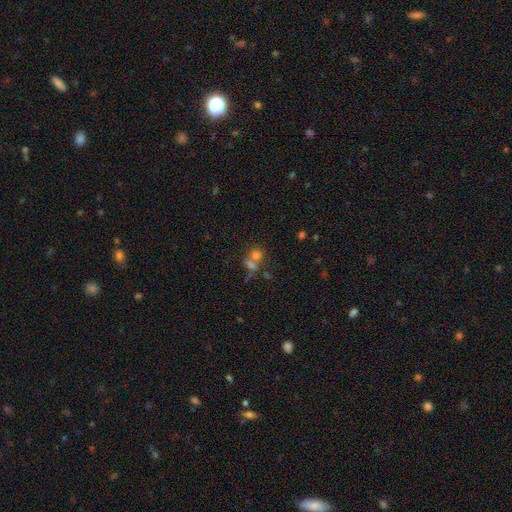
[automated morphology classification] smooth_or_featured: smooth (p=0.65) [alt: star or artifact p=0.20]
how_rounded: round (p=0.69) [alt: in between p=0.28]
merging: merger (p=0.49) [alt: none p=0.37]